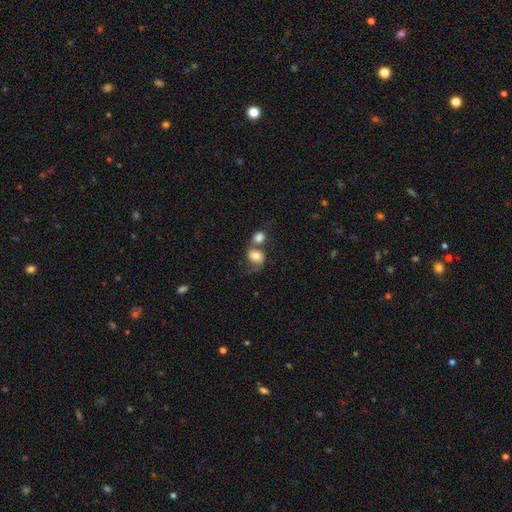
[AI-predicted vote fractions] Smooth or featured?
  - smooth: 67% *
  - featured or disk: 24%
  - star or artifact: 9%
How rounded?
  - round: 52% *
  - in between: 47%
  - cigar-shaped: 1%
Merging?
  - merger: 62% *
  - none: 18%
  - major disturbance: 11%
  - minor disturbance: 9%